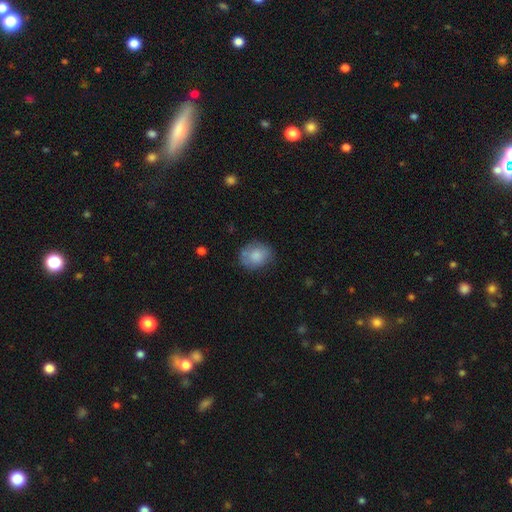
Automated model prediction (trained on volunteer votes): This is likely a smooth galaxy (76%). How rounded: likely round (65%). Merging: likely none (63%).